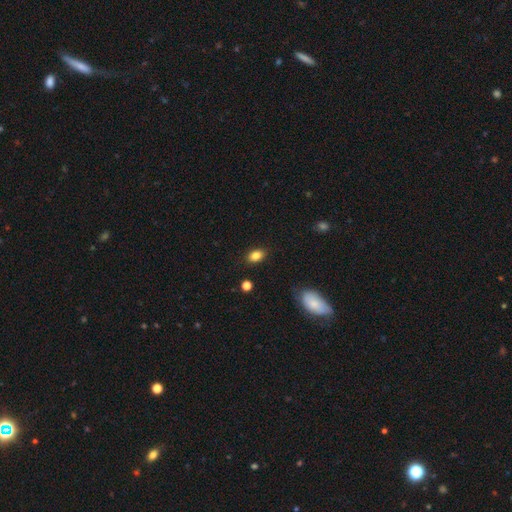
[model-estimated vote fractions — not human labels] Overall: smooth (84%). How rounded: in between (82%). Merging: none (85%).